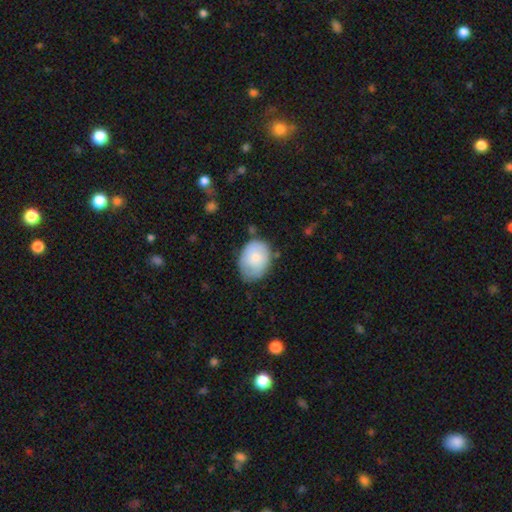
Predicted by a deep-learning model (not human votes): The model was most divided on "merging": none: 58%, minor disturbance: 31%, major disturbance: 8%, merger: 3%. More confident: smooth or featured — smooth (75%); how rounded — in between (67%).